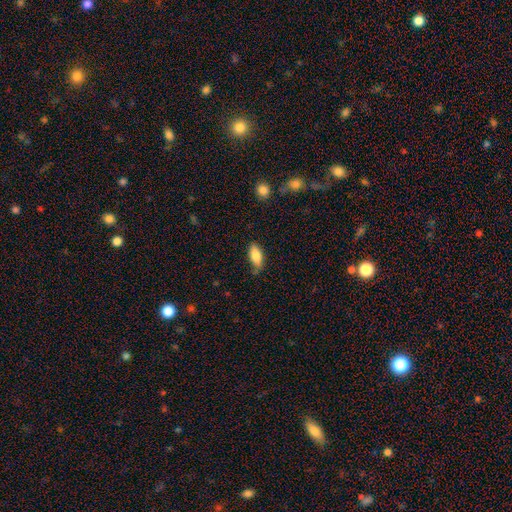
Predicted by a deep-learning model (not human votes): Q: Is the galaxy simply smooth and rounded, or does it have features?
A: smooth — 84%.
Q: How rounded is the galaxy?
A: in between — 83%.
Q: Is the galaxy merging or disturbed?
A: none — 67%.